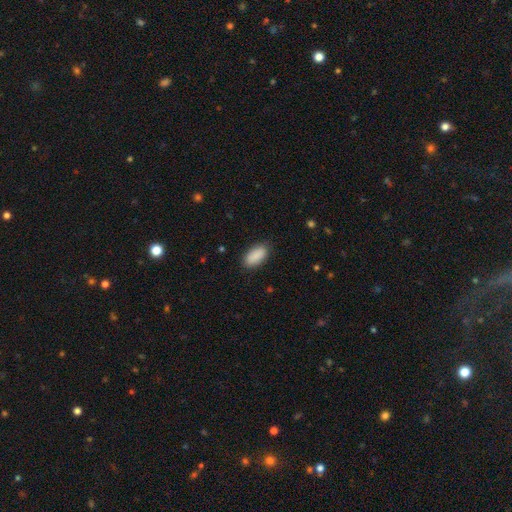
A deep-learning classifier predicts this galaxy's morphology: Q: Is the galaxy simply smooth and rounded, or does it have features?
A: smooth — 90%.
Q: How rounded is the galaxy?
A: in between — 93%.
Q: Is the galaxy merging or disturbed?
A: none — 86%.